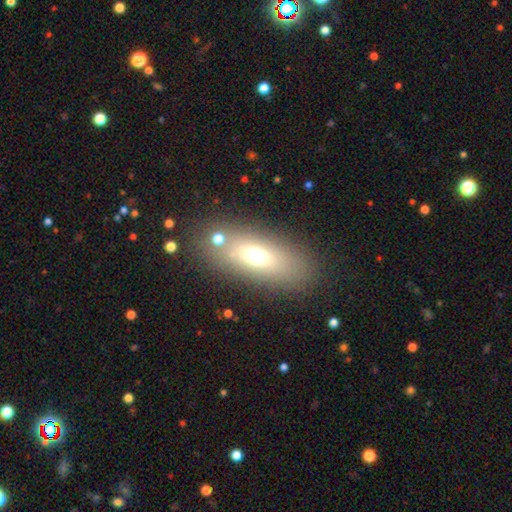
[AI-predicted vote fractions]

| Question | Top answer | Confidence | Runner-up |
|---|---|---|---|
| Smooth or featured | smooth | 62% | featured or disk (24%) |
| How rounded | in between | 77% | cigar-shaped (16%) |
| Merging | none | 76% | minor disturbance (10%) |